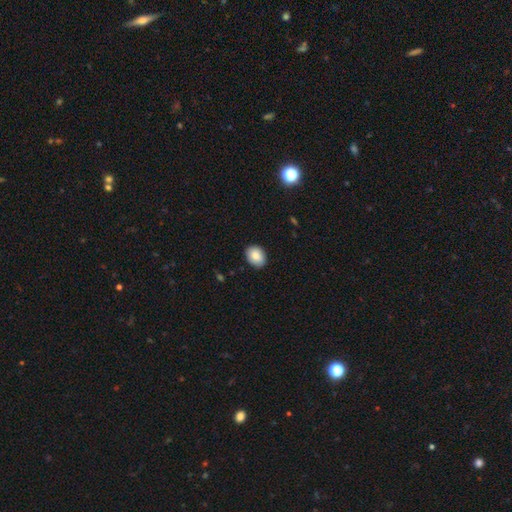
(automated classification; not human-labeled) A smooth galaxy with no disk features (86%) that is in between round and cigar-shaped (65%). Merging: none (87%).